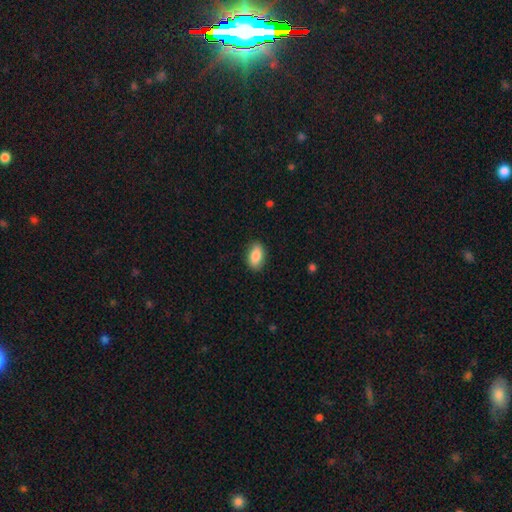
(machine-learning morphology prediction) Smooth or featured? Predicted: smooth (p=0.87). How rounded? Predicted: in between (p=0.92). Merging? Predicted: none (p=0.87).